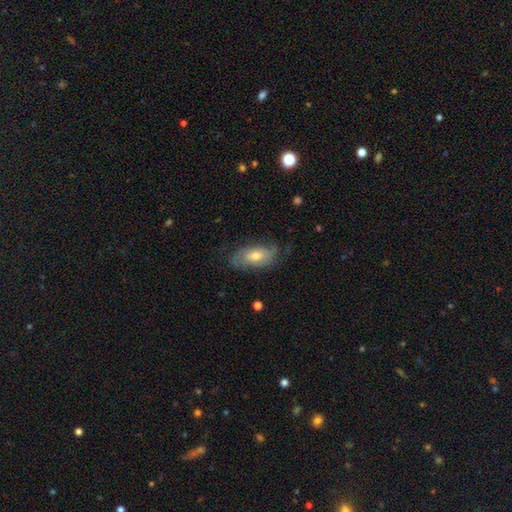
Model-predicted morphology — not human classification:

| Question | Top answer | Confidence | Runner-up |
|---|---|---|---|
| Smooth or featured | featured or disk | 53% | smooth (39%) |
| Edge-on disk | no | 89% | yes (11%) |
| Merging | none | 69% | minor disturbance (21%) |